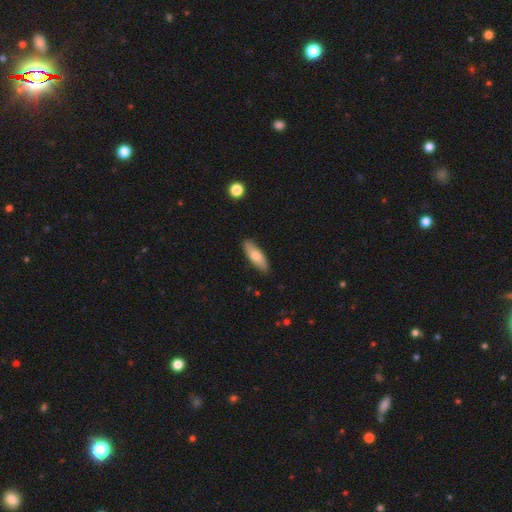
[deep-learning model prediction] Overall: smooth (71%). How rounded: in between (58%; cigar-shaped 39%). Merging: none (87%).